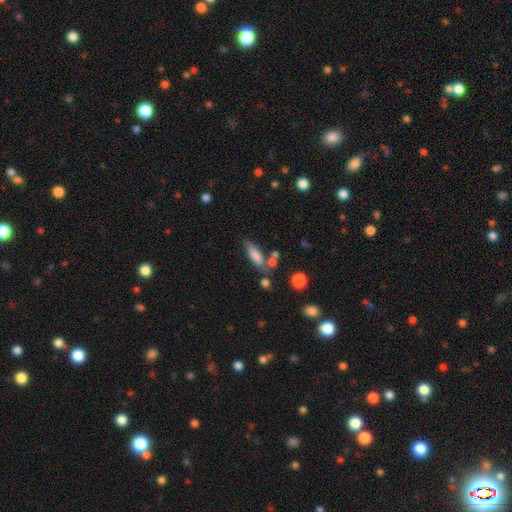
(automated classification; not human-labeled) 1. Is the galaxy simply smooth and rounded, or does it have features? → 79% smooth, 13% featured or disk, 8% star or artifact.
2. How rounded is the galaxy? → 54% in between, 43% cigar-shaped, 3% round.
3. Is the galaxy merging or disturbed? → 62% none, 18% minor disturbance, 14% merger, 6% major disturbance.